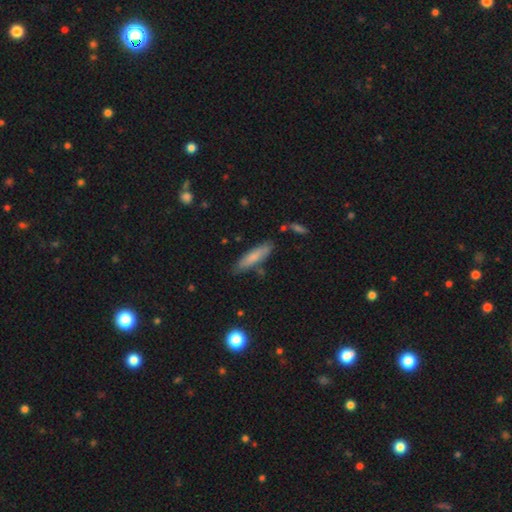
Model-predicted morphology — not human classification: Smooth or featured? smooth (76%)
How rounded? cigar-shaped (74%)
Merging? none (78%)